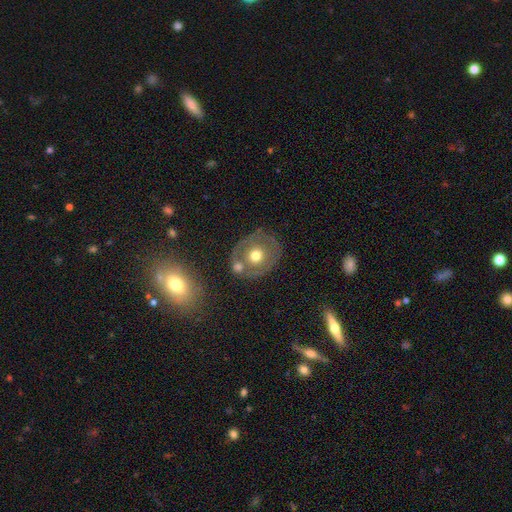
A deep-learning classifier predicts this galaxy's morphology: A smooth galaxy with no disk features (47%).

Vote fractions:
- Smooth or featured? smooth: 47% / featured or disk: 44% / star or artifact: 9%
- Merging? none: 59% / merger: 19% / minor disturbance: 15% / major disturbance: 7%